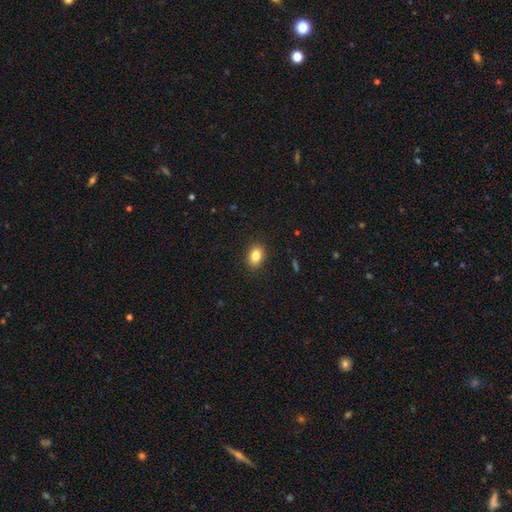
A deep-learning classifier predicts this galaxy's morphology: This appears to be a smooth galaxy with no disk features (84%) that is in between round and cigar-shaped (71%). Merging: none (89%).